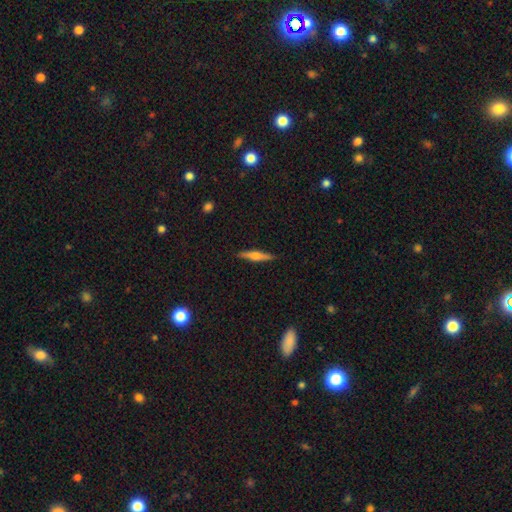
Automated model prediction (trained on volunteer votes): featured or disk 56%, smooth 38%, star or artifact 6%. Down the decision tree: edge-on disk — yes (97%); edge-on bulge — rounded (87%); merging — none (90%).